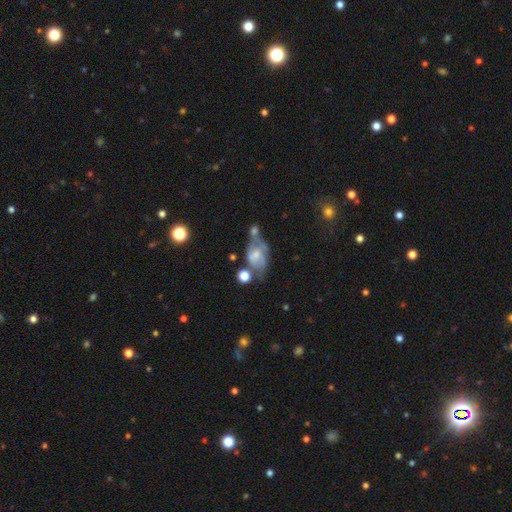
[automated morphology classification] featured or disk 59%, smooth 32%, star or artifact 9%. Down the decision tree: edge-on disk — no (94%); bar — no (61%); spiral arms — yes (64%); bulge size — small (45%); merging — none (28%).